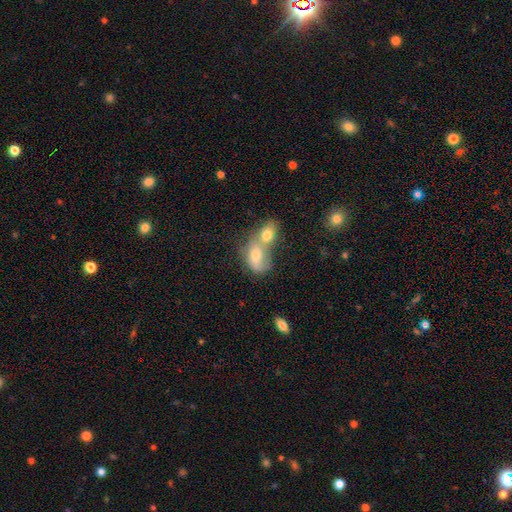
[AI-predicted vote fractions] This appears to be a smooth galaxy with no disk features (71%) that is in between round and cigar-shaped (79%). Merging: merger (74%).